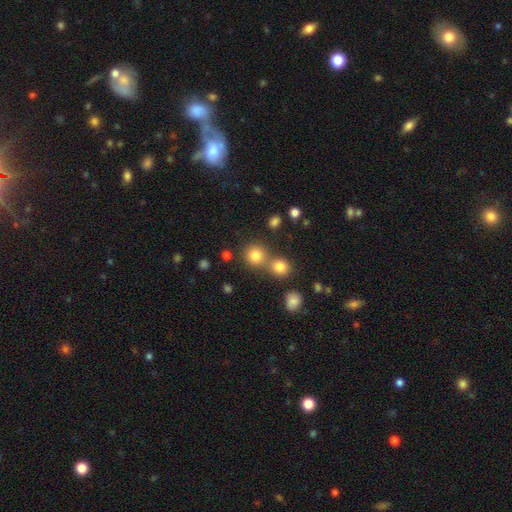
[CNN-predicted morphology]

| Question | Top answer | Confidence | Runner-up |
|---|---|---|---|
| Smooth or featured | smooth | 80% | star or artifact (13%) |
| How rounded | round | 90% | in between (9%) |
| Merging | none | 61% | merger (29%) |